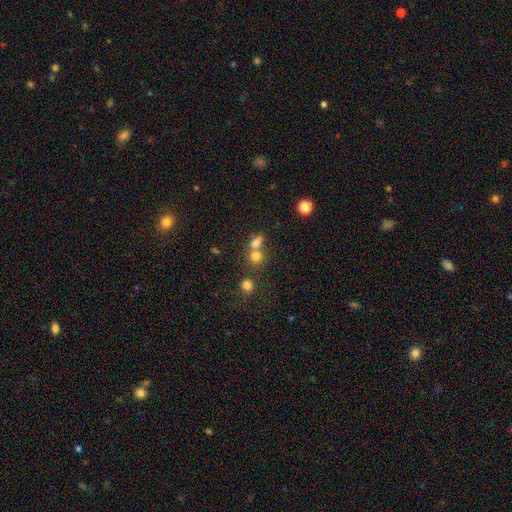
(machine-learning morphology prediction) Smooth or featured?
  - smooth: 75% *
  - star or artifact: 15%
  - featured or disk: 10%
How rounded?
  - round: 61% *
  - in between: 37%
  - cigar-shaped: 3%
Merging?
  - merger: 47% *
  - none: 41%
  - minor disturbance: 8%
  - major disturbance: 4%